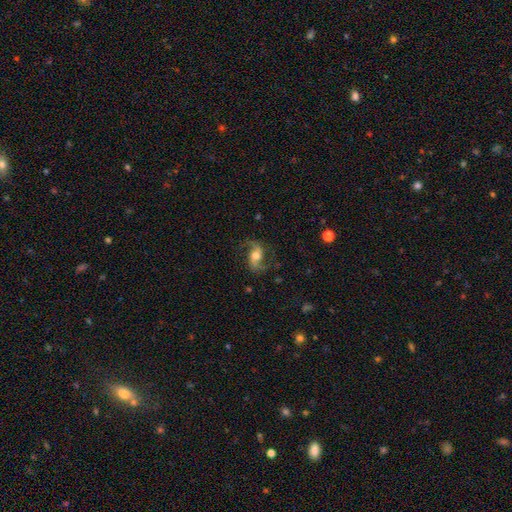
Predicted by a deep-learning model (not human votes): The model was most divided on "bar": no: 44%, weak: 38%, strong: 18%. More confident: edge-on disk — no (97%); spiral arms — yes (96%); spiral arm count — 2 (93%); smooth or featured — featured or disk (84%); merging — none (76%); spiral winding — loose (58%); bulge size — moderate (57%).